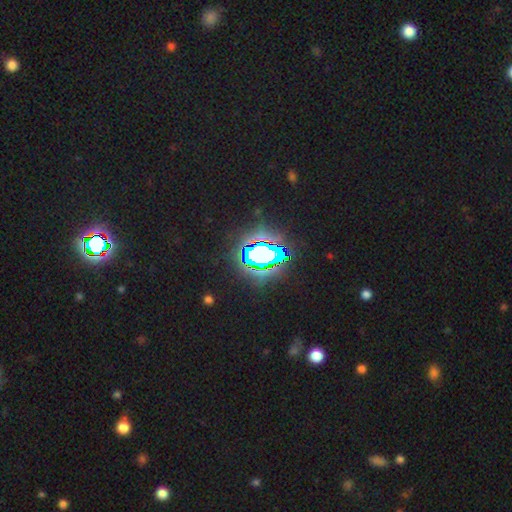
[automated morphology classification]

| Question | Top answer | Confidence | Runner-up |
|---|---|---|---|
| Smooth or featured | star or artifact | 73% | smooth (16%) |